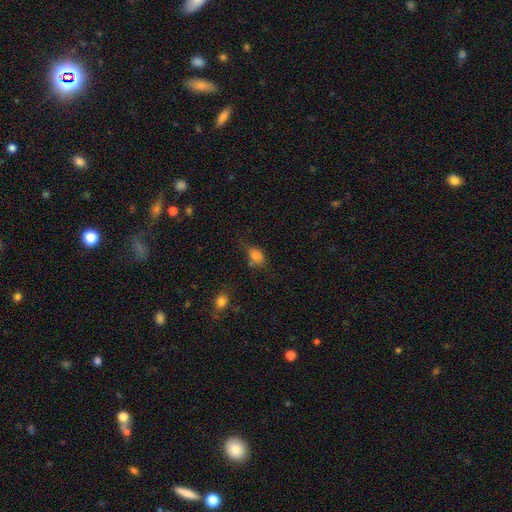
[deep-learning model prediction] Q: Smooth or featured?
A: smooth (80%); runner-up: star or artifact (12%)
Q: How rounded?
A: in between (76%); runner-up: round (22%)
Q: Merging?
A: none (50%); runner-up: minor disturbance (28%)